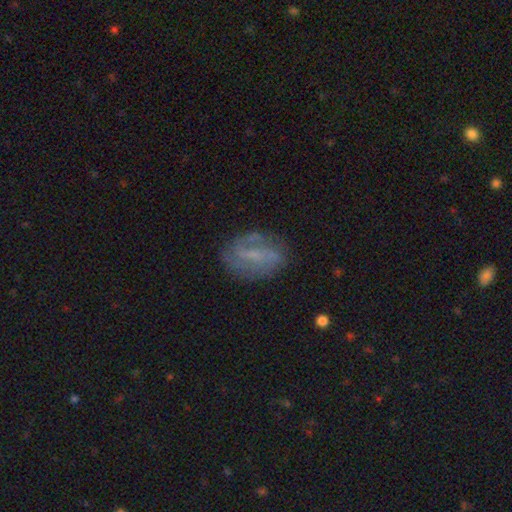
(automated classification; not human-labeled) Q: Smooth or featured?
A: featured or disk (62%); runner-up: smooth (28%)
Q: Edge-on disk?
A: no (94%); runner-up: yes (6%)
Q: Bar?
A: weak (46%); runner-up: strong (31%)
Q: Spiral arms?
A: yes (74%); runner-up: no (26%)
Q: Bulge size?
A: small (42%); runner-up: none (39%)
Q: Merging?
A: none (69%); runner-up: minor disturbance (19%)